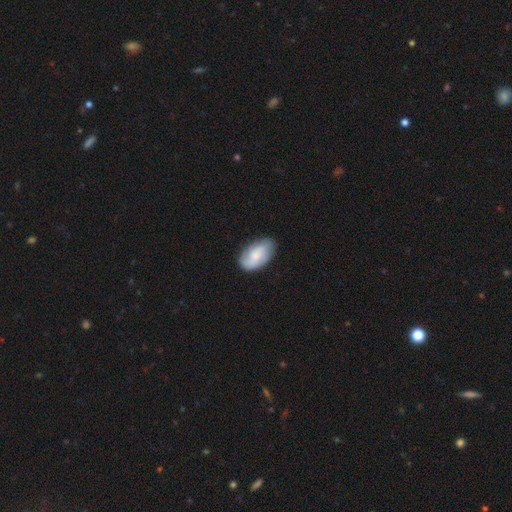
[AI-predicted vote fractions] smooth 60%, featured or disk 34%, star or artifact 6%. Down the decision tree: how rounded — in between (93%); merging — none (76%).